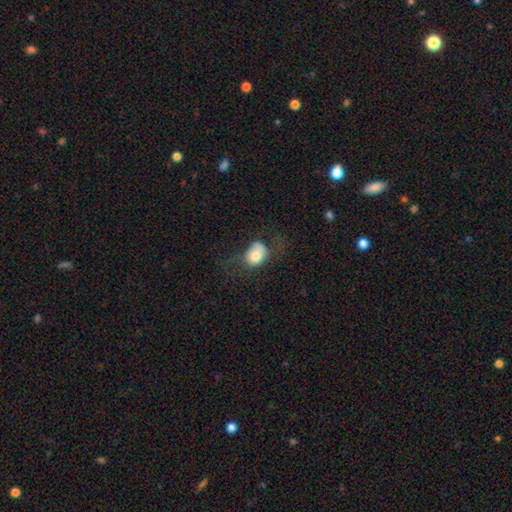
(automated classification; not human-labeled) Smooth or featured?
  - smooth: 73% *
  - featured or disk: 18%
  - star or artifact: 9%
How rounded?
  - in between: 60% *
  - round: 39%
  - cigar-shaped: 1%
Merging?
  - none: 38% *
  - major disturbance: 32%
  - minor disturbance: 27%
  - merger: 3%